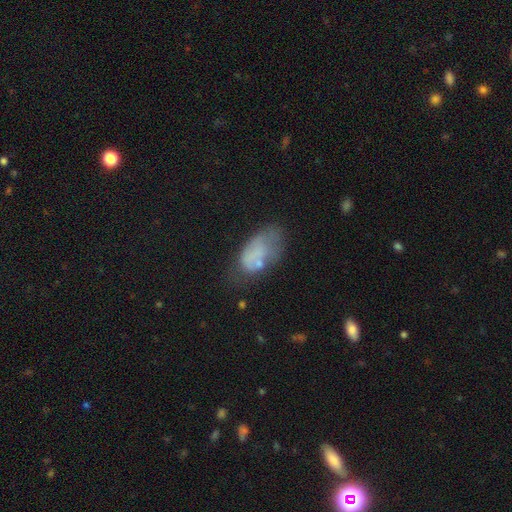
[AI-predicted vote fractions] smooth_or_featured: smooth (p=0.59) [alt: featured or disk p=0.30]
how_rounded: in between (p=0.92) [alt: round p=0.06]
merging: none (p=0.35) [alt: minor disturbance p=0.29]